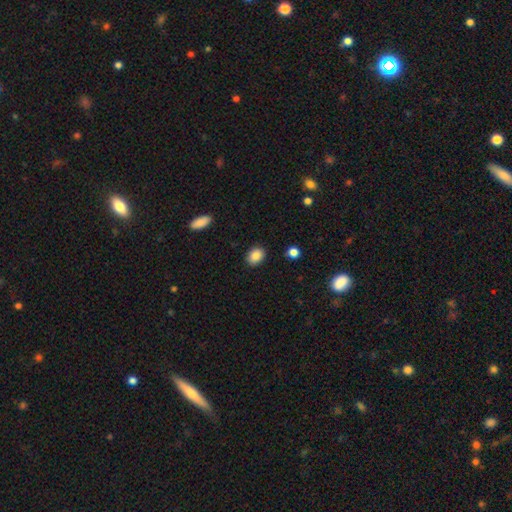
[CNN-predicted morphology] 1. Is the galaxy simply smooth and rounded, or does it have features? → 87% smooth, 9% star or artifact, 4% featured or disk.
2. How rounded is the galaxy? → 68% in between, 30% round, 1% cigar-shaped.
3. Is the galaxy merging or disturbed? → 87% none, 9% minor disturbance, 2% major disturbance, 1% merger.